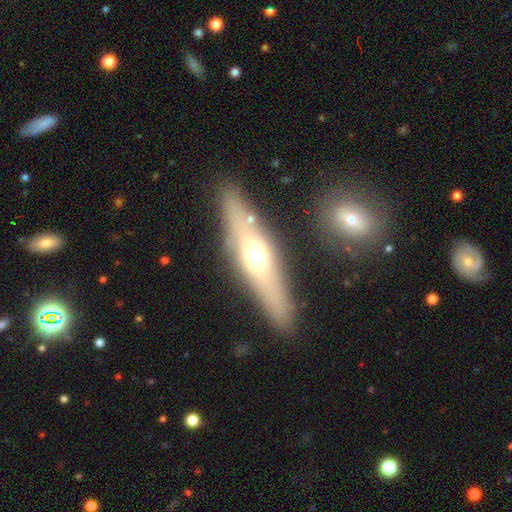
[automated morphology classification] Smooth or featured: featured or disk — 50% (smooth — 43%)
Merging: none — 85% (minor disturbance — 9%)